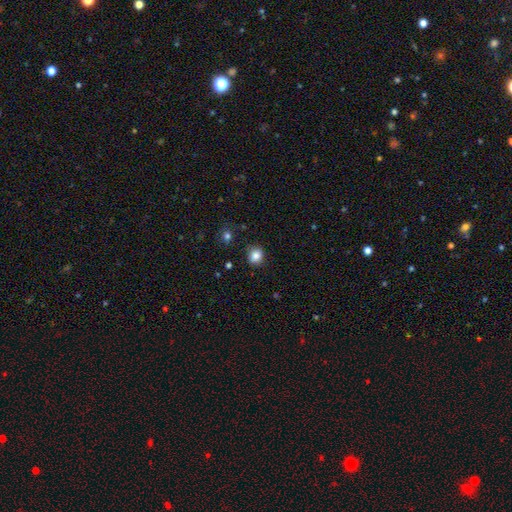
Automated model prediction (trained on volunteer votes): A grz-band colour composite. It shows a smooth galaxy with no disk features (84%) that is round (69%). Merging: none (84%).